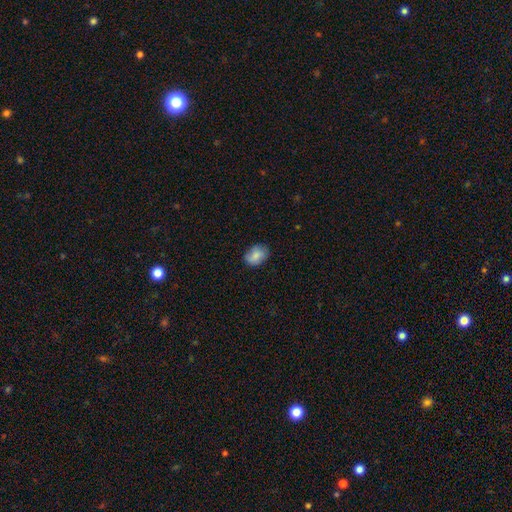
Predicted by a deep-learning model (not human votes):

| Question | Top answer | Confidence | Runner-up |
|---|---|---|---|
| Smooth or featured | smooth | 80% | featured or disk (13%) |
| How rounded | in between | 67% | round (32%) |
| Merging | none | 72% | minor disturbance (23%) |